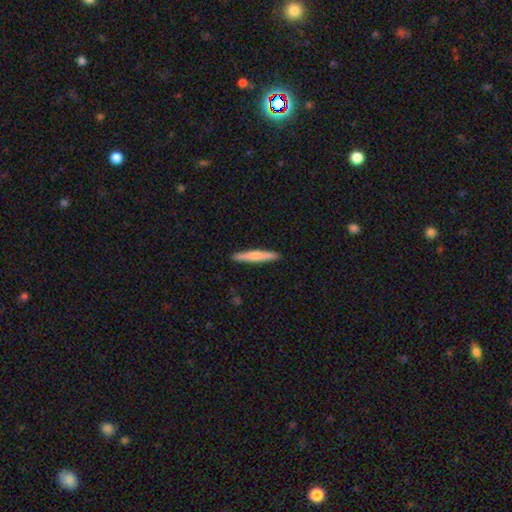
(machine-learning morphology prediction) Smooth or featured? Predicted: smooth (p=0.63). How rounded? Predicted: cigar-shaped (p=0.94). Merging? Predicted: none (p=0.91).